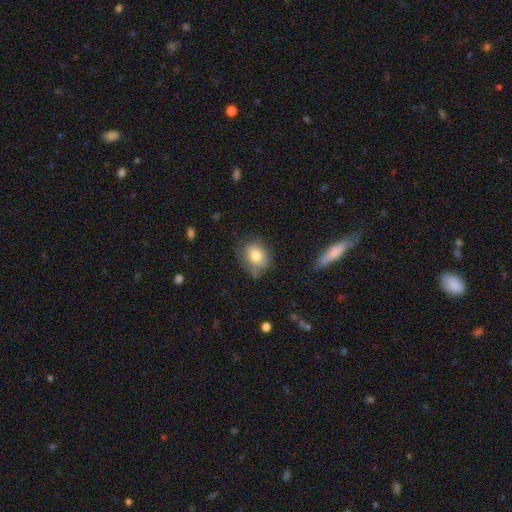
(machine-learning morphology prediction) Smooth or featured? Predicted: smooth (p=0.78). How rounded? Predicted: round (p=0.57). Merging? Predicted: none (p=0.63).